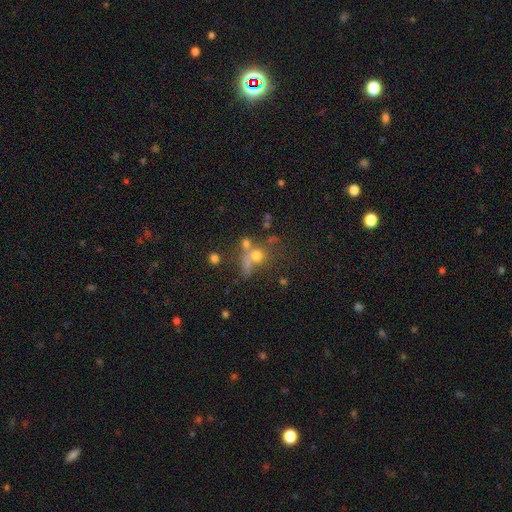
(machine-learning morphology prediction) smooth 61%, star or artifact 20%, featured or disk 19%. Down the decision tree: how rounded — round (77%); merging — none (37%).